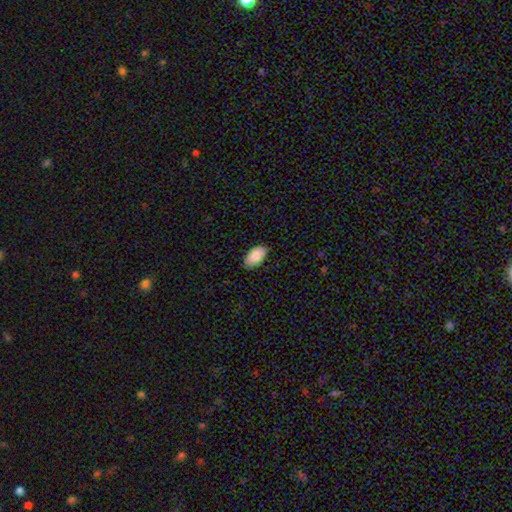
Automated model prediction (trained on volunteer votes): This is clearly a smooth galaxy (89%). How rounded: clearly in between (95%). Merging: clearly none (85%).